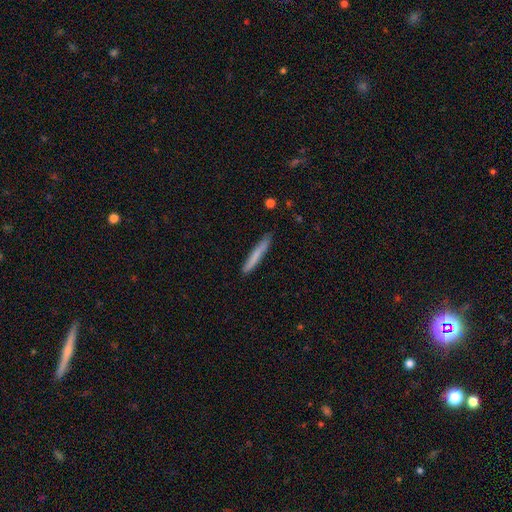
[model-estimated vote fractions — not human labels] smooth_or_featured: smooth (p=0.75) [alt: featured or disk p=0.20]
how_rounded: cigar-shaped (p=0.96) [alt: in between p=0.03]
merging: none (p=0.87) [alt: minor disturbance p=0.10]